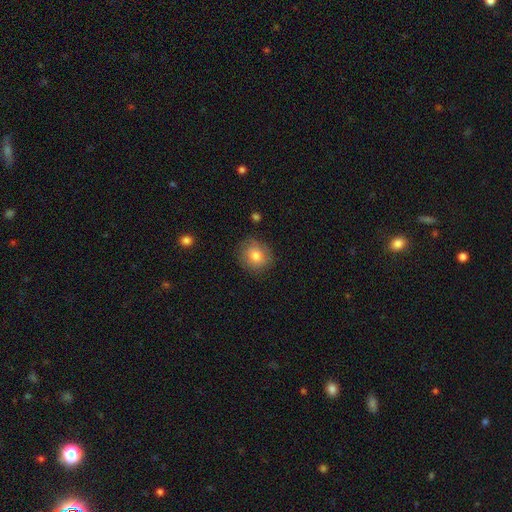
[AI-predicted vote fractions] This is likely a smooth galaxy (78%). How rounded: clearly round (81%). Merging: clearly none (82%).